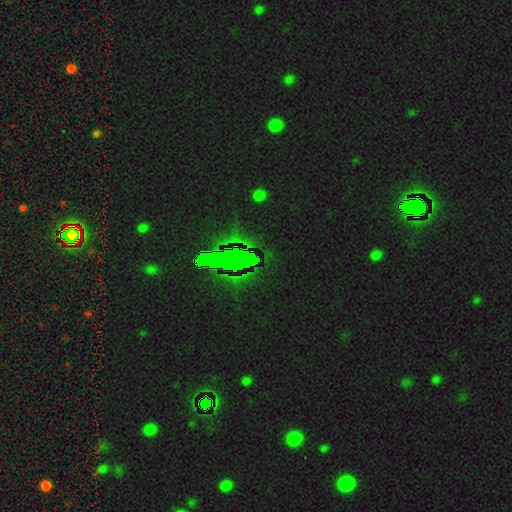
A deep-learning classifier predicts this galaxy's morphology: Smooth or featured? Predicted: star or artifact (p=0.78).